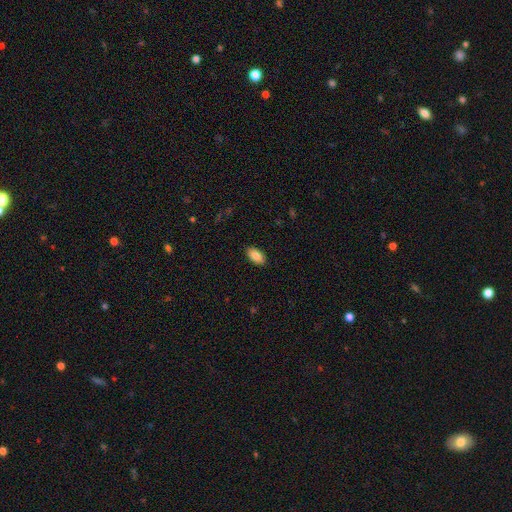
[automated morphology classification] Smooth or featured? smooth (86%)
How rounded? in between (94%)
Merging? none (89%)